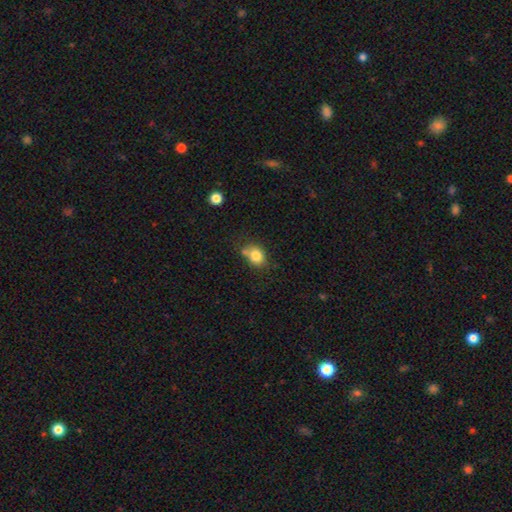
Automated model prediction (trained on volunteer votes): Smooth or featured? smooth (81%)
How rounded? round (55%)
Merging? none (58%)